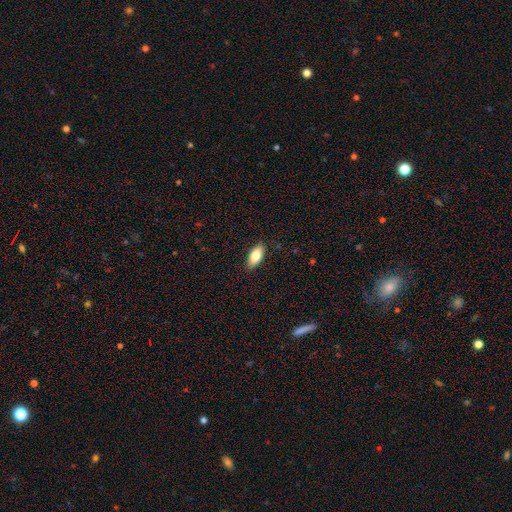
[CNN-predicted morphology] smooth-or-featured: smooth: 79% | featured or disk: 14% | star or artifact: 7%
  how-rounded: in between: 88% | cigar-shaped: 9% | round: 3%
  merging: none: 88% | minor disturbance: 9% | major disturbance: 2% | merger: 1%